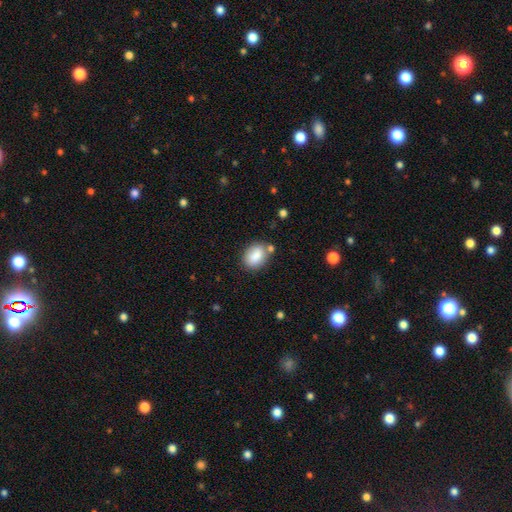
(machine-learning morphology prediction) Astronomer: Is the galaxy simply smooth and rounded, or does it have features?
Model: smooth — 85%.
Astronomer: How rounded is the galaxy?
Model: in between — 76%.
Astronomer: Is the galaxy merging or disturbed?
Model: none — 70%.